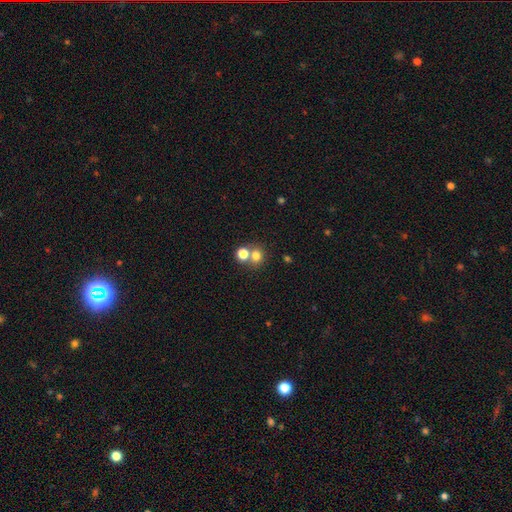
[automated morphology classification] Smooth or featured? smooth (75%)
How rounded? round (80%)
Merging? none (53%)